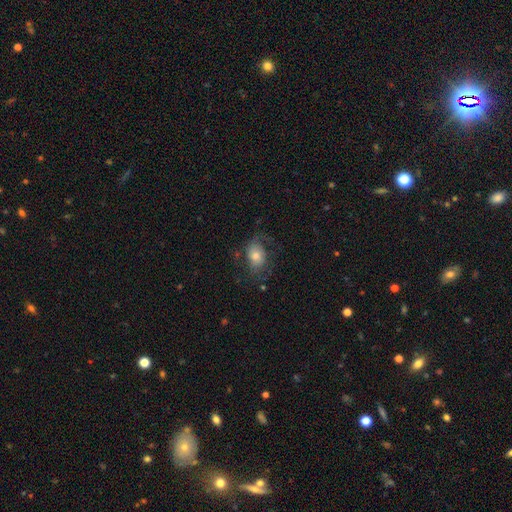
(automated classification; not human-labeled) smooth-or-featured: smooth: 46% | featured or disk: 44% | star or artifact: 11%
  merging: none: 52% | major disturbance: 24% | minor disturbance: 22% | merger: 2%